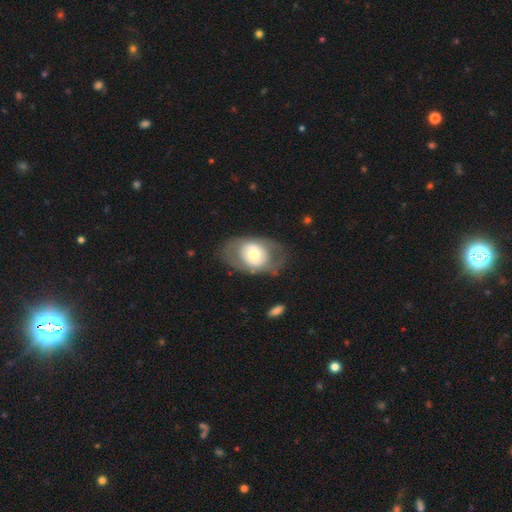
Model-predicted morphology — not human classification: Overall: featured or disk (48%; smooth 46%). Merging: none (69%).